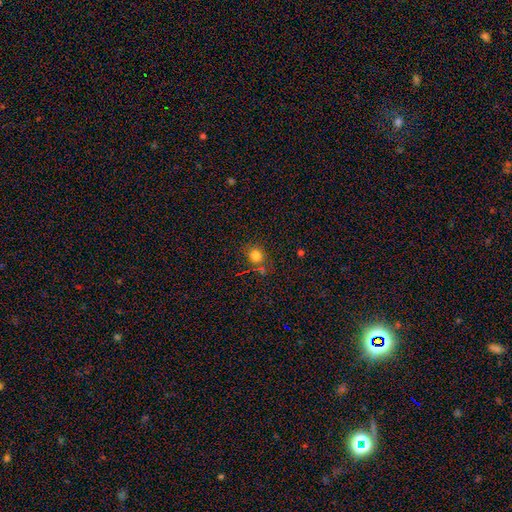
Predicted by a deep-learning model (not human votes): Morphology: type=smooth (79%); roundness=round (76%); merging=none (69%).